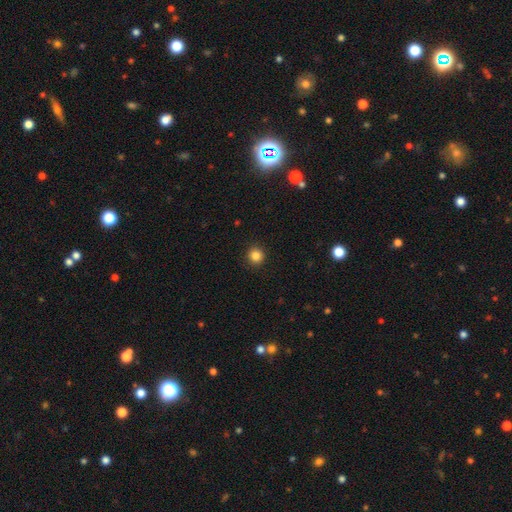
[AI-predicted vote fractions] Overall: smooth (85%). How rounded: round (94%). Merging: none (92%).